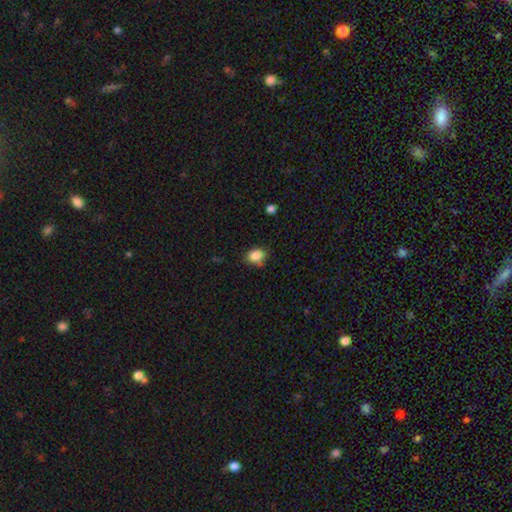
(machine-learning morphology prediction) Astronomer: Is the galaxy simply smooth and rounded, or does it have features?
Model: smooth — 85%.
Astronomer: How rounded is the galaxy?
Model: in between — 56% (runner-up: round, 43%).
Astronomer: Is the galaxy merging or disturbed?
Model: none — 74%.